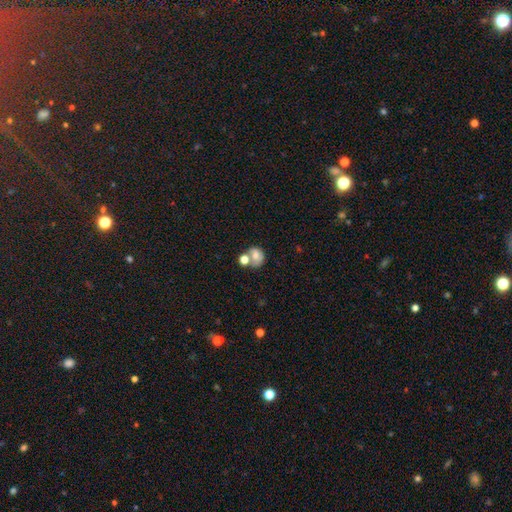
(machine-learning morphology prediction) This appears to be a smooth galaxy with no disk features (67%) that is round (67%). Merging: merger (44%).